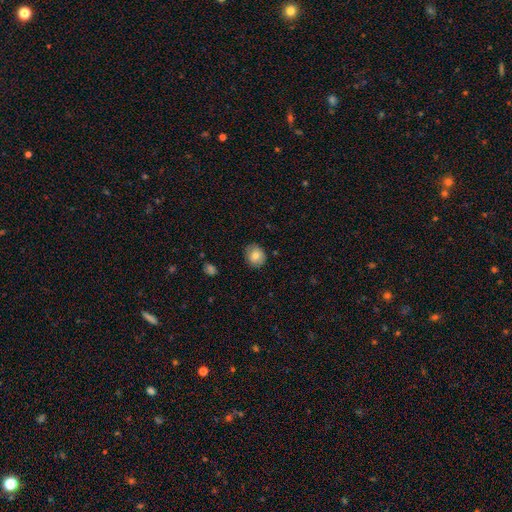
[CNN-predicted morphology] Overall: smooth (78%). How rounded: round (76%). Merging: none (82%).